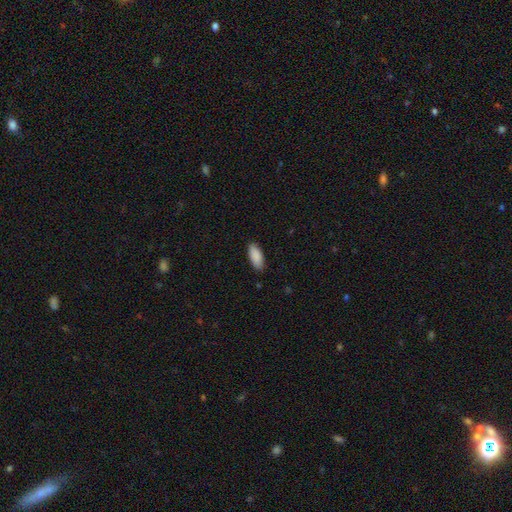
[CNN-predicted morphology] This appears to be a smooth galaxy with no disk features (90%) that is in between round and cigar-shaped (85%). Merging: none (87%).